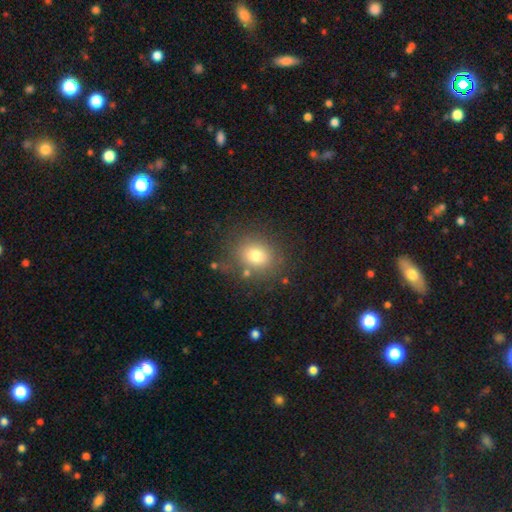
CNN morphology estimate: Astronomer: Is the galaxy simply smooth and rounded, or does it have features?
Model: smooth — 77%.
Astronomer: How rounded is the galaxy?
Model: round — 64%.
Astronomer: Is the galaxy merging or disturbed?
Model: none — 77%.